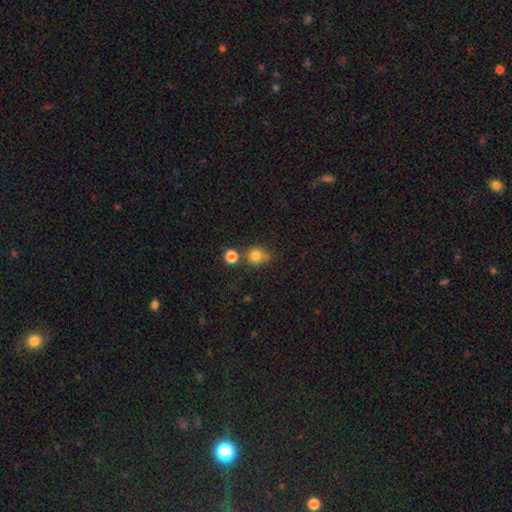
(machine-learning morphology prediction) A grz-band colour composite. It shows a smooth galaxy with no disk features (79%) that is round (78%). Merging: none (60%).